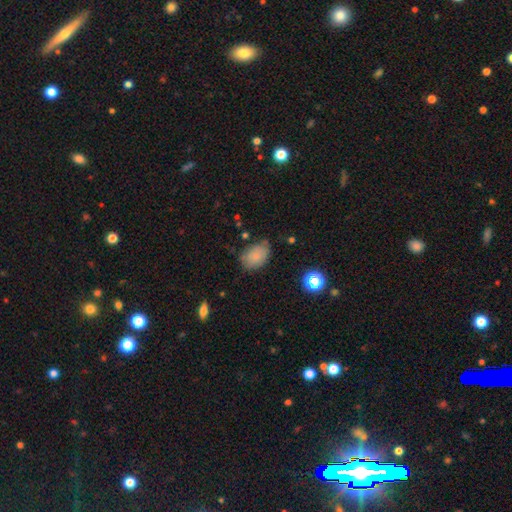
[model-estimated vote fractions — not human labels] Overall: smooth (80%). How rounded: in between (81%). Merging: none (68%).